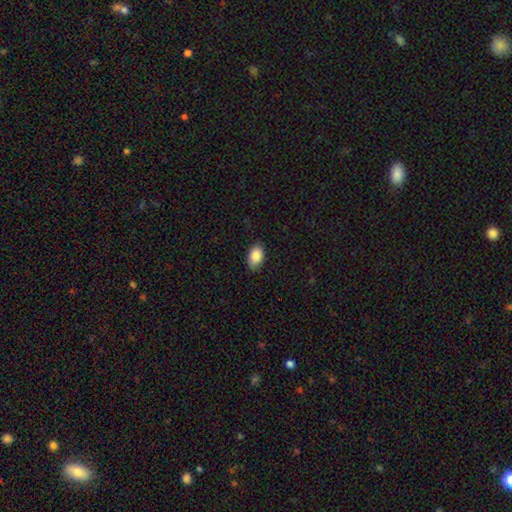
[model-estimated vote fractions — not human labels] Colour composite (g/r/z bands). It shows a smooth galaxy with no disk features (89%) that is in between round and cigar-shaped (92%). Merging: none (87%).